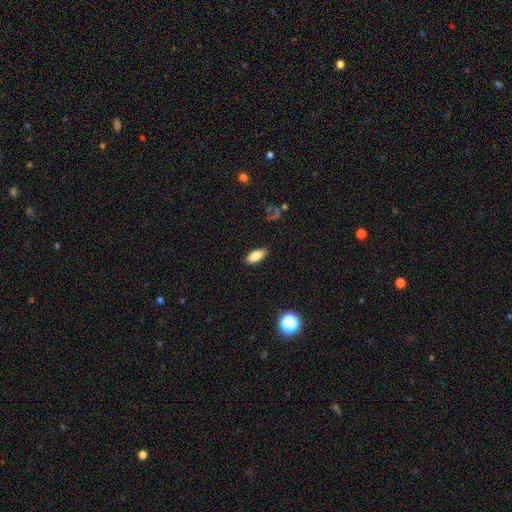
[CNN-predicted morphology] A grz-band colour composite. It shows a smooth galaxy with no disk features (82%) that is in between round and cigar-shaped (83%). Merging: none (87%).